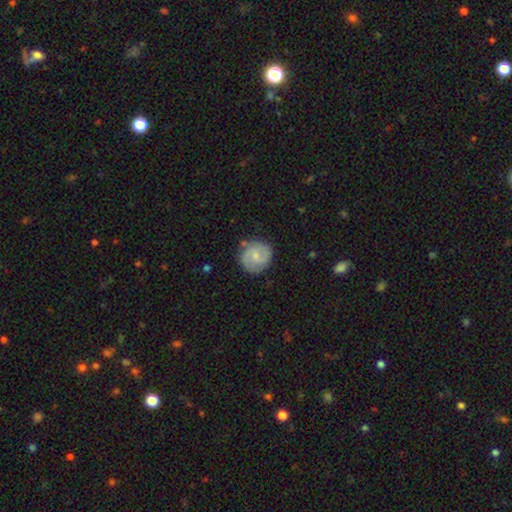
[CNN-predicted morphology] Overall: featured or disk (68%). Edge-on disk: no (98%). Bar: no (48%; weak 46%). Spiral arms: yes (93%). Spiral arm count: 2 (85%). Spiral winding: medium (46%; tight 40%). Bulge size: small (60%; moderate 30%). Merging: none (81%).